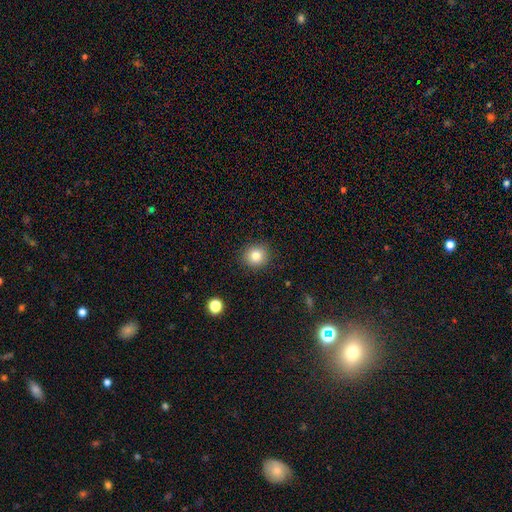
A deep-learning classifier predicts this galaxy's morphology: Smooth or featured? smooth (81%)
How rounded? round (87%)
Merging? none (90%)